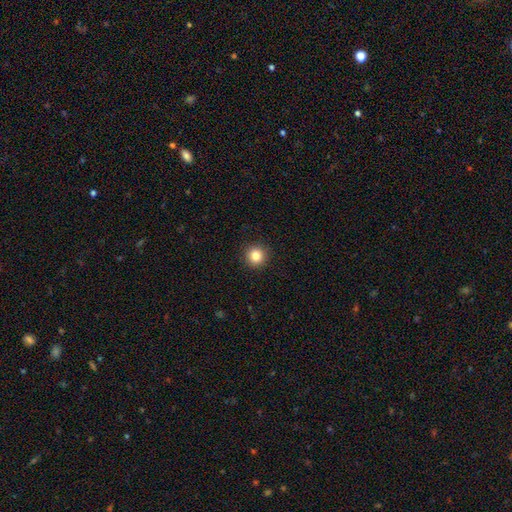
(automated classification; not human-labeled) The model was most divided on "smooth or featured": smooth: 84%, star or artifact: 11%, featured or disk: 5%. More confident: how rounded — round (95%); merging — none (93%).